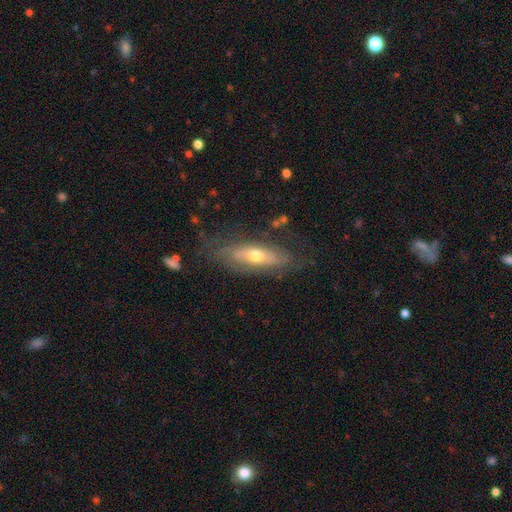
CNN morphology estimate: A featured or disk galaxy (57%). Merging: none (70%).